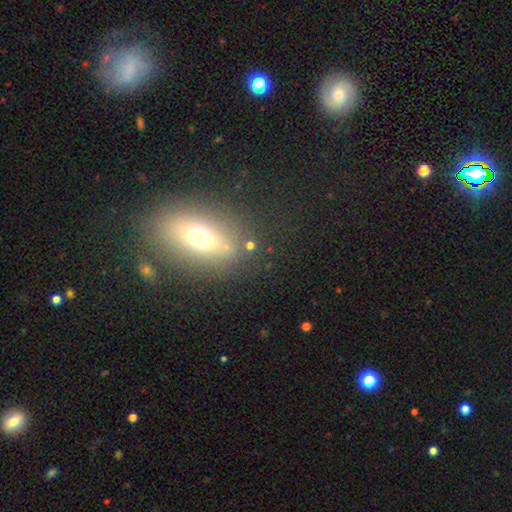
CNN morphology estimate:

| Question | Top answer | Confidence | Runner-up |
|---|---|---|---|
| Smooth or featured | smooth | 55% | featured or disk (29%) |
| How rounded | in between | 70% | cigar-shaped (17%) |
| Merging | none | 78% | minor disturbance (12%) |